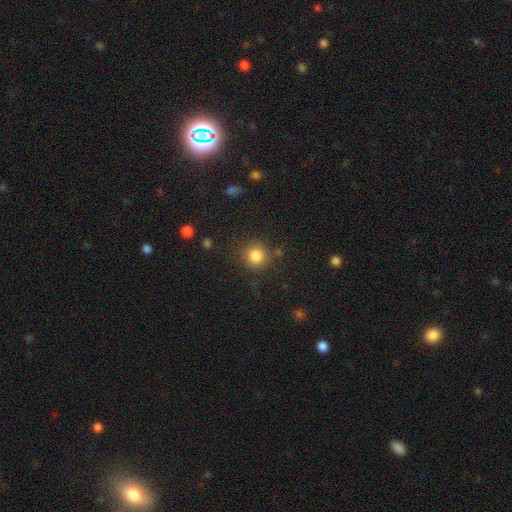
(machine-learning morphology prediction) smooth 84%, star or artifact 11%, featured or disk 5%. Down the decision tree: how rounded — round (92%); merging — none (83%).